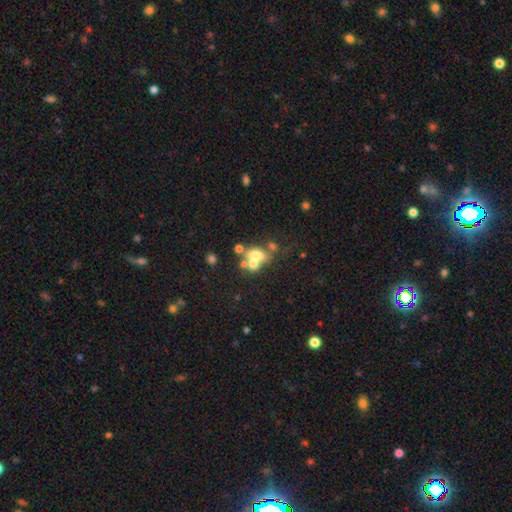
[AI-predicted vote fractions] smooth-or-featured: smooth: 58% | featured or disk: 28% | star or artifact: 15%
  how-rounded: in between: 55% | round: 43% | cigar-shaped: 2%
  merging: merger: 52% | none: 30% | minor disturbance: 10% | major disturbance: 8%